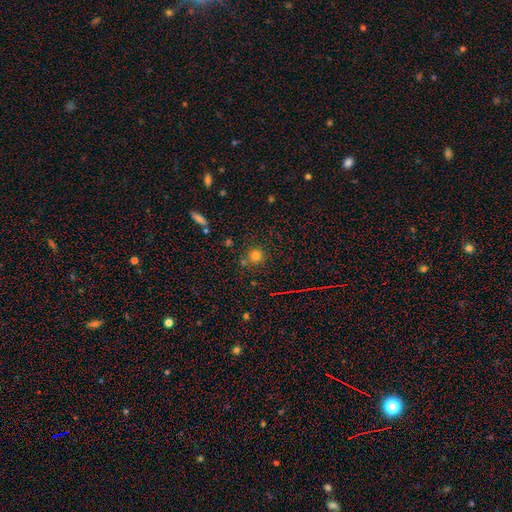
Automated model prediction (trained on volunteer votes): Smooth or featured? smooth (74%)
How rounded? round (92%)
Merging? none (74%)